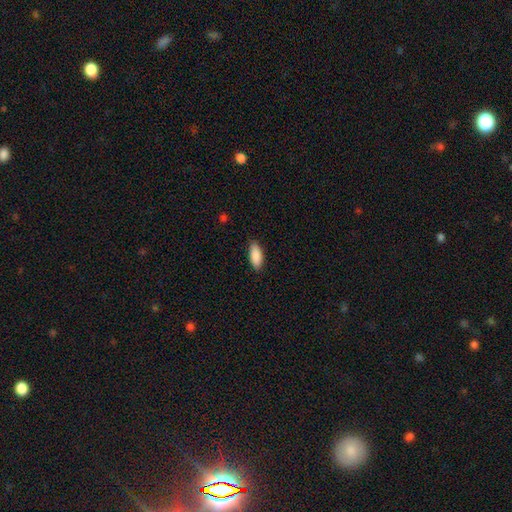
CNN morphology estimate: Smooth or featured: smooth — 90% (star or artifact — 6%)
How rounded: in between — 83% (cigar-shaped — 15%)
Merging: none — 85% (minor disturbance — 11%)